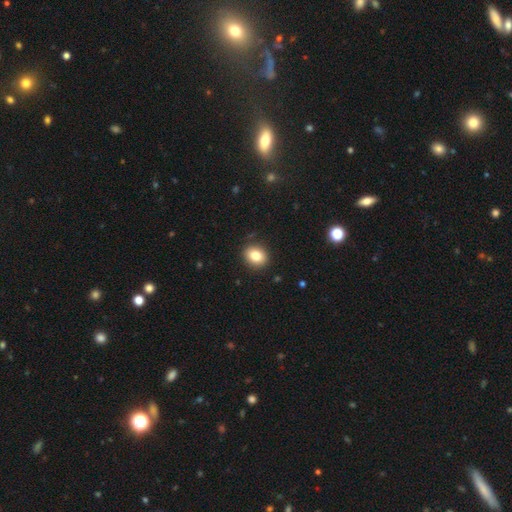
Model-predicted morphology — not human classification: smooth_or_featured: smooth (p=0.82) [alt: star or artifact p=0.10]
how_rounded: round (p=0.58) [alt: in between p=0.41]
merging: none (p=0.88) [alt: minor disturbance p=0.08]